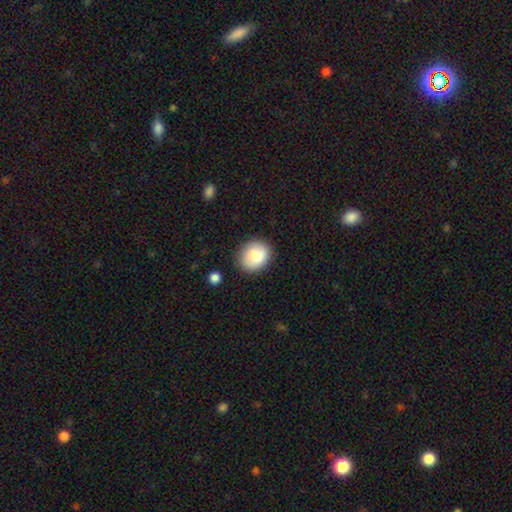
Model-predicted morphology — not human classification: type=smooth (81%); roundness=round (65%); merging=none (83%).